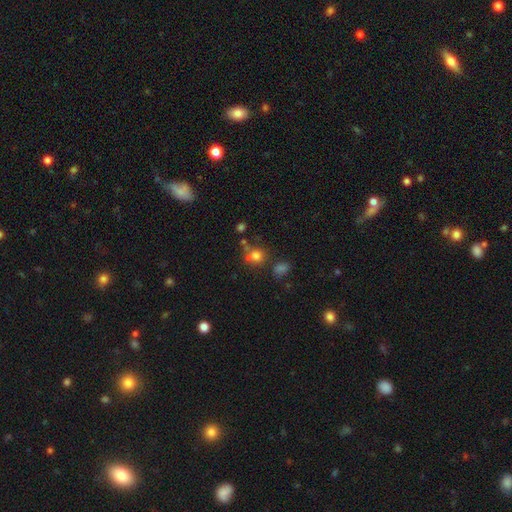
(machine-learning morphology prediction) A smooth galaxy with no disk features (75%) that is round (78%). Merging: none (60%).